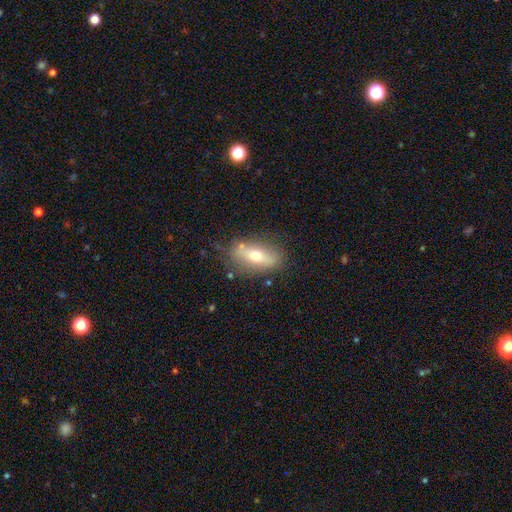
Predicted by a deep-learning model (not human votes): A smooth galaxy with no disk features (56%) that is in between round and cigar-shaped (79%).

Vote fractions:
- Smooth or featured? smooth: 56% / featured or disk: 36% / star or artifact: 8%
- How rounded? in between: 79% / cigar-shaped: 16% / round: 5%
- Merging? none: 74% / minor disturbance: 17% / major disturbance: 5% / merger: 4%